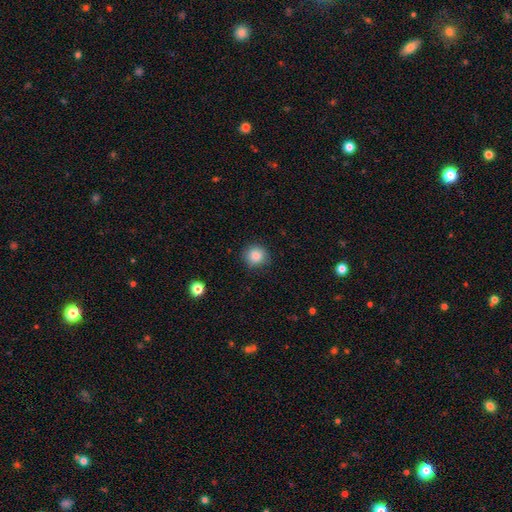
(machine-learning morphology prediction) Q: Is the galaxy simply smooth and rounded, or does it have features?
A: smooth — 86%.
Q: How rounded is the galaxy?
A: round — 91%.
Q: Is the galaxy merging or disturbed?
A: none — 87%.